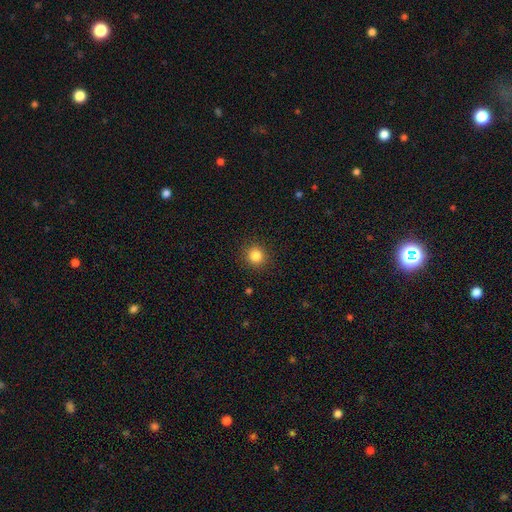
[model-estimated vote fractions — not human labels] smooth-or-featured: smooth: 84% | star or artifact: 11% | featured or disk: 4%
  how-rounded: round: 92% | in between: 7% | cigar-shaped: 1%
  merging: none: 91% | minor disturbance: 6% | major disturbance: 2% | merger: 1%